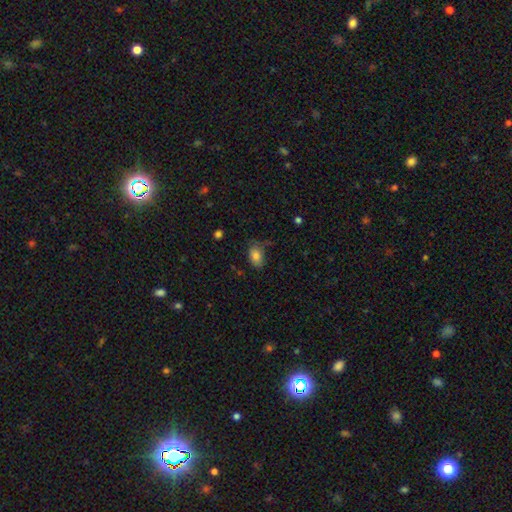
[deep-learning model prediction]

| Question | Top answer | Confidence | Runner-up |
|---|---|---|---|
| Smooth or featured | smooth | 83% | star or artifact (9%) |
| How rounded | in between | 87% | round (12%) |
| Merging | none | 64% | minor disturbance (25%) |